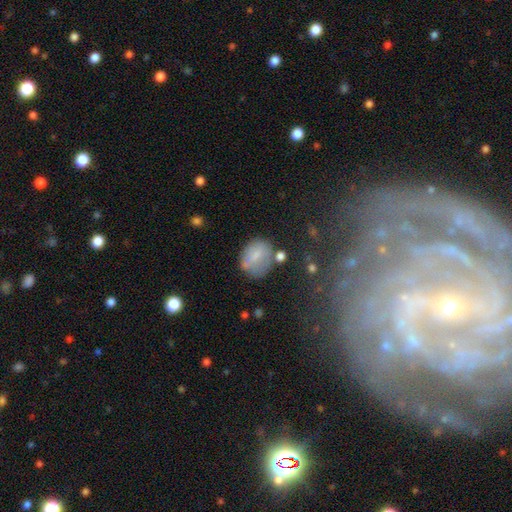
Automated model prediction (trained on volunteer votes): Morphology: type=smooth (69%); roundness=round (50%); merging=none (56%).